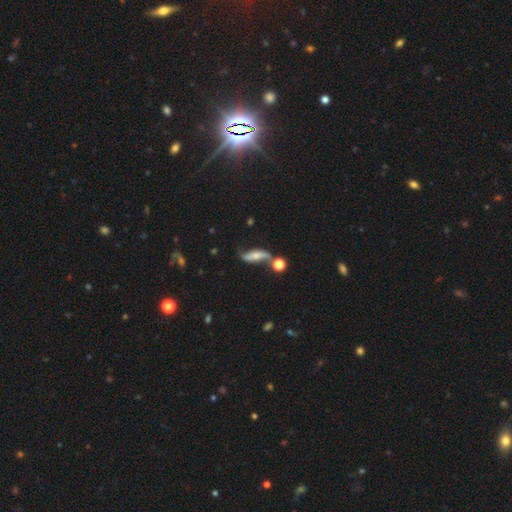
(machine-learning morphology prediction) Q: Smooth or featured?
A: featured or disk (66%); runner-up: smooth (26%)
Q: Edge-on disk?
A: no (74%); runner-up: yes (26%)
Q: Merging?
A: none (55%); runner-up: minor disturbance (19%)